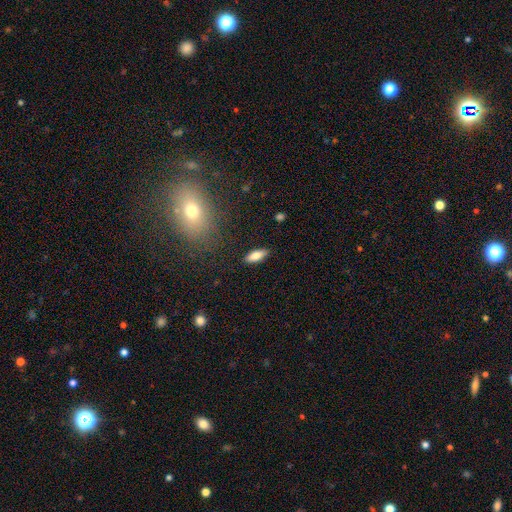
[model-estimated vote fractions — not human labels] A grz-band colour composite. It shows a smooth galaxy with no disk features (80%) that is in between round and cigar-shaped (72%). Merging: none (87%).